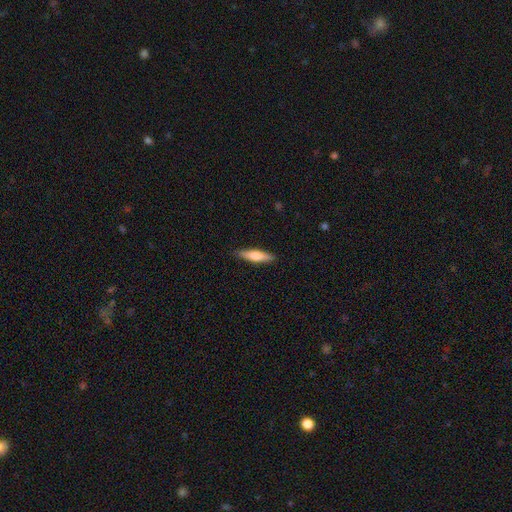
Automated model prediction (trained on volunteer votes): smooth_or_featured: smooth (p=0.66) [alt: featured or disk p=0.29]
how_rounded: cigar-shaped (p=0.78) [alt: in between p=0.21]
merging: none (p=0.89) [alt: minor disturbance p=0.08]